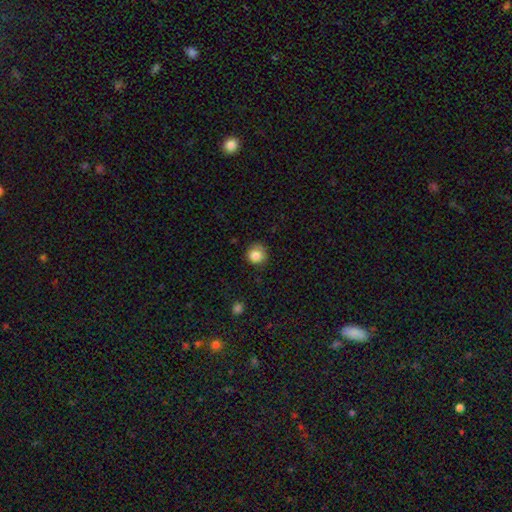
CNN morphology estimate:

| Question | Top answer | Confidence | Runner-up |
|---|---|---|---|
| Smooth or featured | smooth | 85% | star or artifact (10%) |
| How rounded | round | 91% | in between (9%) |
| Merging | none | 78% | minor disturbance (17%) |